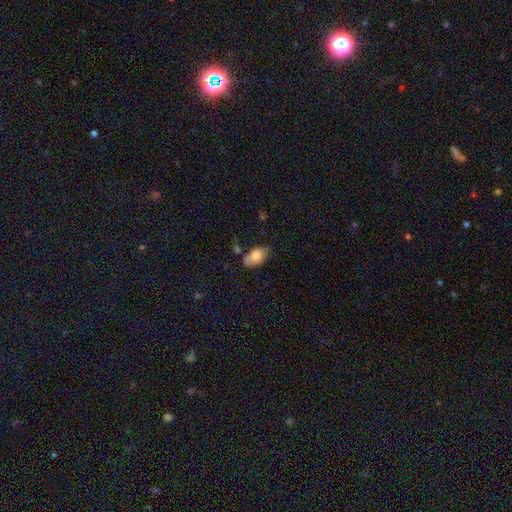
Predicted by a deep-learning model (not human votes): Overall: smooth (77%). How rounded: in between (93%). Merging: none (53%; minor disturbance 29%).